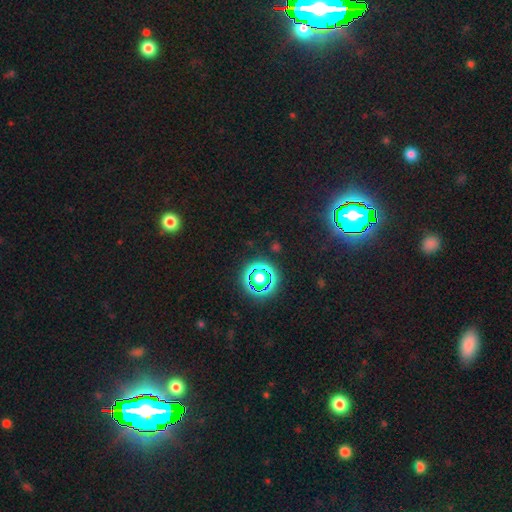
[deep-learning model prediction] Smooth or featured? Predicted: star or artifact (p=0.79).